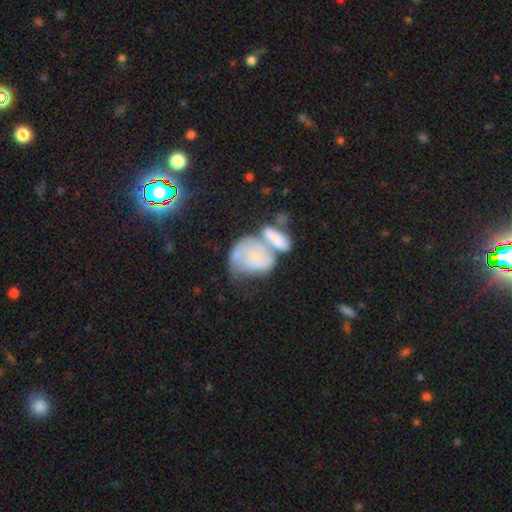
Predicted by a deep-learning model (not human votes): smooth-or-featured: featured or disk: 43% (tied) | smooth: 43% (tied) | star or artifact: 14%
  merging: merger: 58% | none: 16% | major disturbance: 14% | minor disturbance: 12%